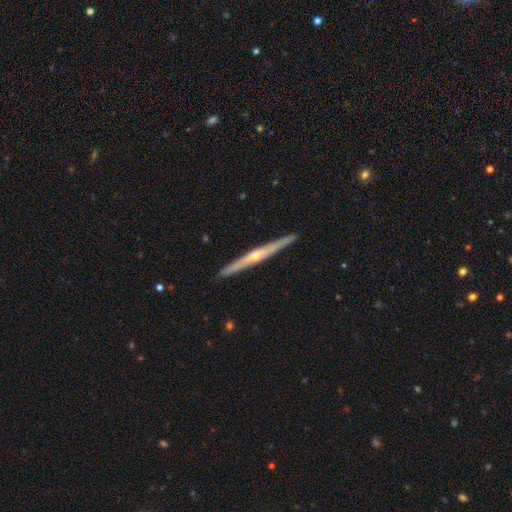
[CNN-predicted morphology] Smooth or featured: featured or disk — 78% (smooth — 17%)
Edge-on disk: yes — 98% (no — 2%)
Edge-on bulge: rounded — 80% (none — 17%)
Merging: none — 92% (minor disturbance — 6%)